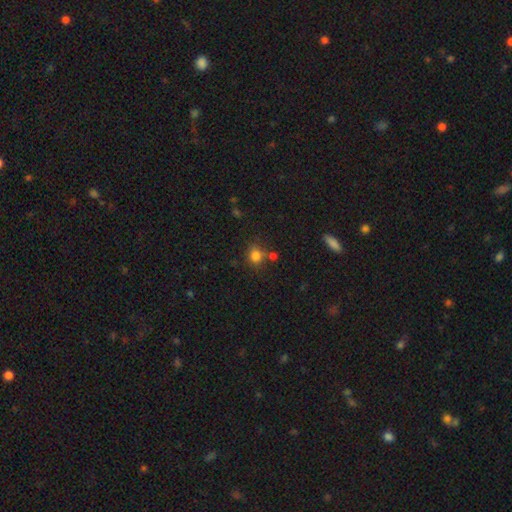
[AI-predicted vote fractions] Overall: smooth (80%). How rounded: round (70%). Merging: none (66%).